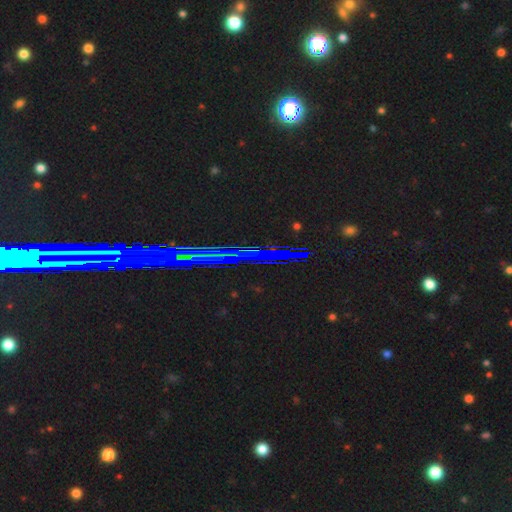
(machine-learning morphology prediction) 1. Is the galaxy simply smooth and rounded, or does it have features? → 75% star or artifact, 14% featured or disk, 11% smooth.